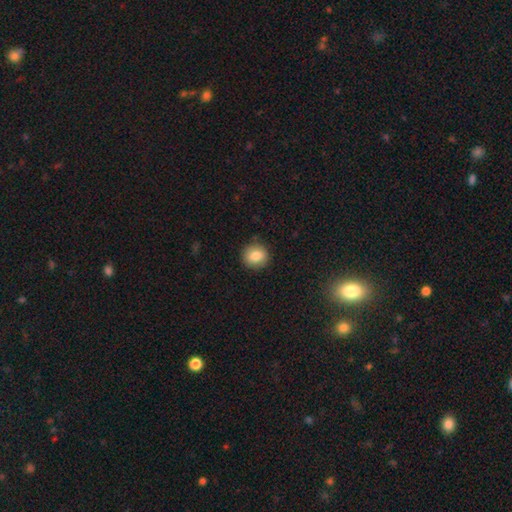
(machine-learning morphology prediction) A smooth galaxy with no disk features (84%) that is round (87%). Merging: none (88%).